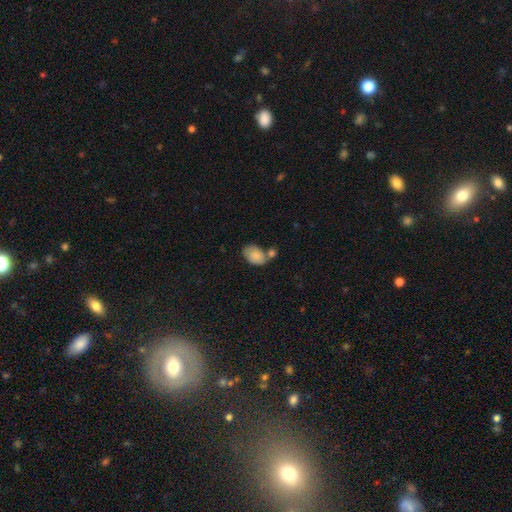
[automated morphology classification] A smooth galaxy with no disk features (83%) that is in between round and cigar-shaped (86%).

Vote fractions:
- Smooth or featured? smooth: 83% / featured or disk: 10% / star or artifact: 7%
- How rounded? in between: 86% / round: 13% / cigar-shaped: 1%
- Merging? none: 45% / merger: 30% / minor disturbance: 19% / major disturbance: 6%